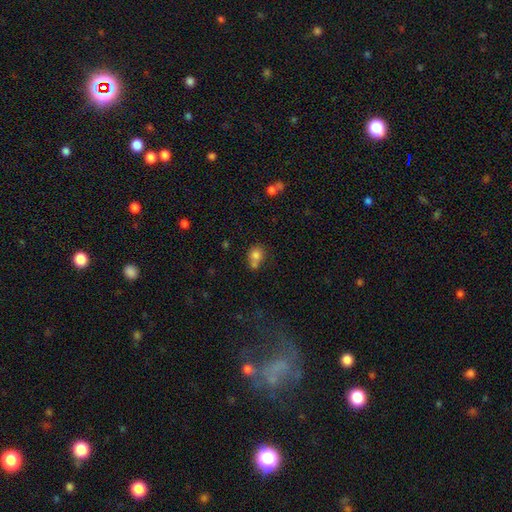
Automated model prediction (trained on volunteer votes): Smooth or featured? Predicted: smooth (p=0.78). How rounded? Predicted: round (p=0.63). Merging? Predicted: merger (p=0.39, tied with none).